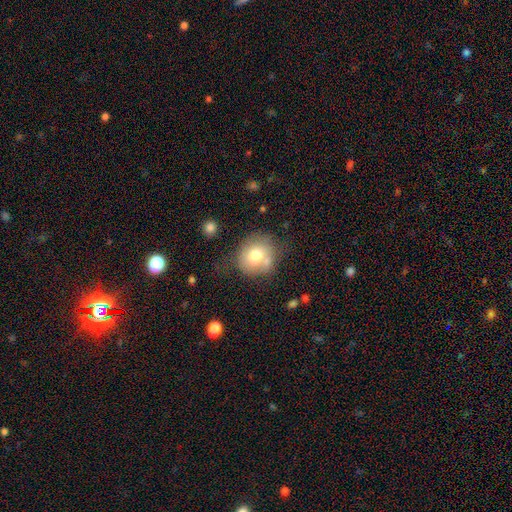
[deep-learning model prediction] Smooth or featured? Predicted: smooth (p=0.71). How rounded? Predicted: round (p=0.75). Merging? Predicted: none (p=0.55).